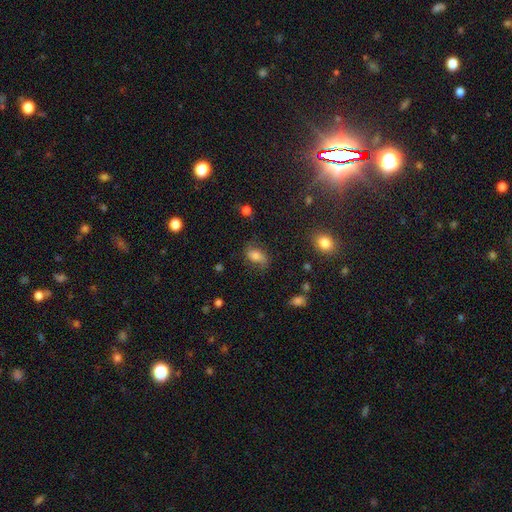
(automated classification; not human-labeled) A smooth galaxy with no disk features (67%) that is in between round and cigar-shaped (84%).

Vote fractions:
- Smooth or featured? smooth: 67% / featured or disk: 21% / star or artifact: 12%
- How rounded? in between: 84% / round: 13% / cigar-shaped: 3%
- Merging? none: 60% / minor disturbance: 25% / major disturbance: 13% / merger: 2%